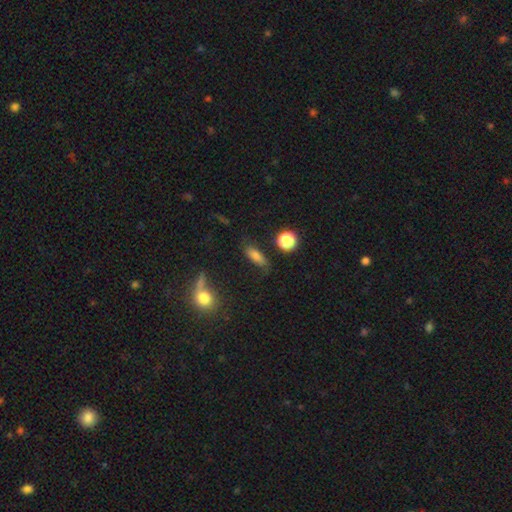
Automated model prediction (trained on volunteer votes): Overall: smooth (70%). How rounded: in between (60%; cigar-shaped 30%). Merging: none (70%).